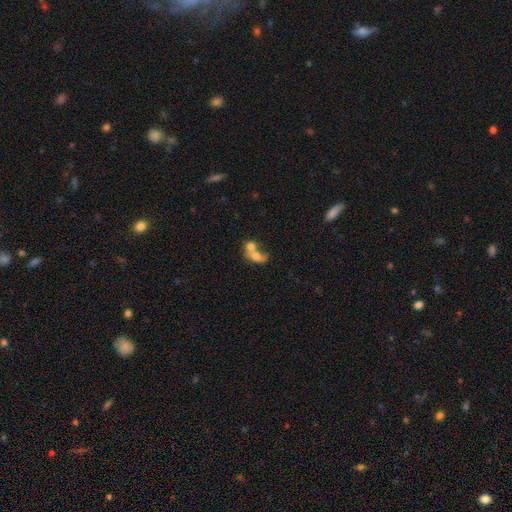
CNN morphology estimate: Smooth or featured? Predicted: smooth (p=0.64). How rounded? Predicted: in between (p=0.55). Merging? Predicted: merger (p=0.76).